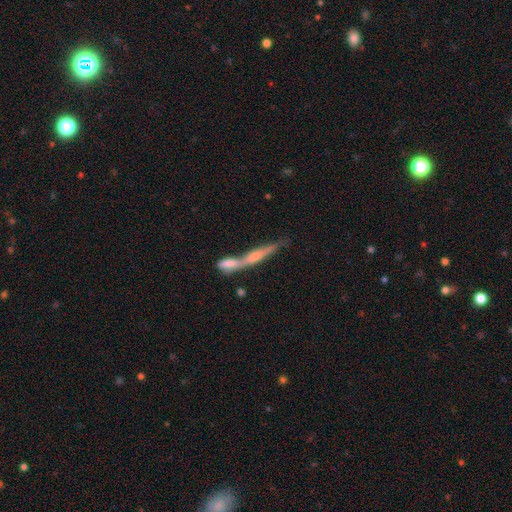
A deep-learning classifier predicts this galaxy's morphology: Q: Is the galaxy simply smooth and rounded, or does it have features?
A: smooth — 49%.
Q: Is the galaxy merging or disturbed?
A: merger — 63%.